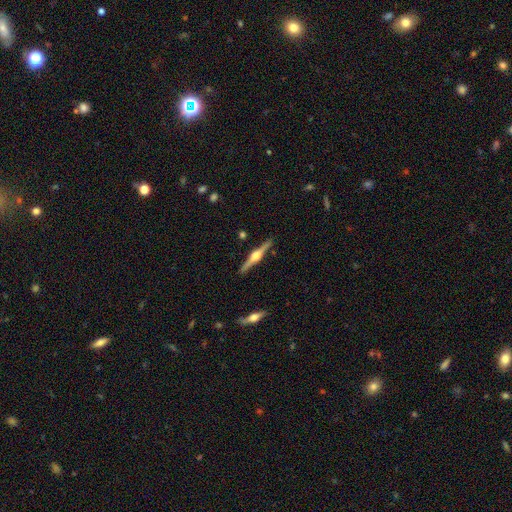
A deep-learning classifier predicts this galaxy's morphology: type=featured or disk (85%); edge-on=yes (99%); edge-on bulge=rounded (95%); merging=none (91%).